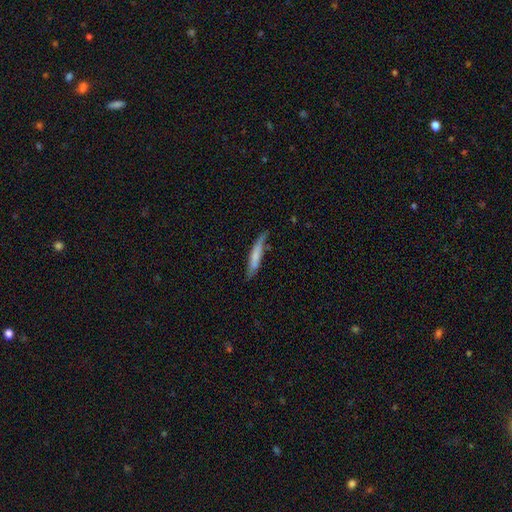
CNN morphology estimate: A smooth galaxy with no disk features (64%) that is cigar-shaped (90%). Merging: none (66%).